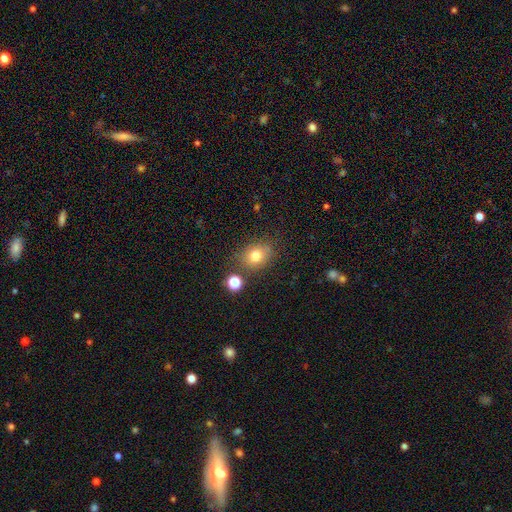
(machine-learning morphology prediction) The model was most divided on "how rounded": in between: 50%, round: 49%, cigar-shaped: 1%. More confident: smooth or featured — smooth (77%); merging — none (74%).